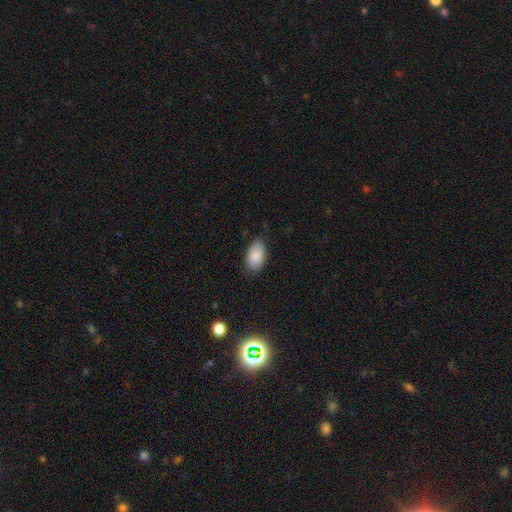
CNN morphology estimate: Smooth or featured? Predicted: smooth (p=0.86). How rounded? Predicted: in between (p=0.94). Merging? Predicted: none (p=0.78).